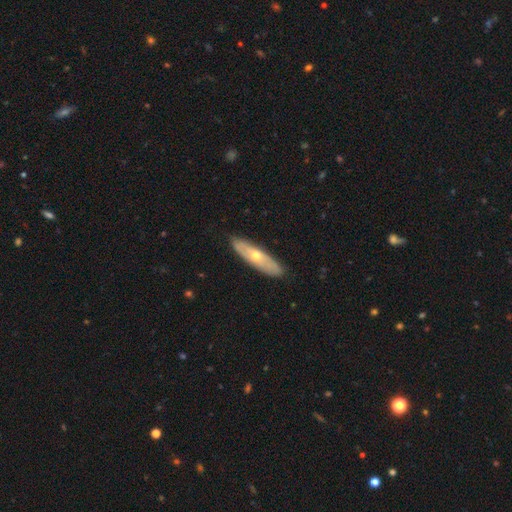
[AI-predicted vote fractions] This appears to be a featured or disk galaxy (55%) viewed edge-on (50%, tied with no). Merging: none (87%).